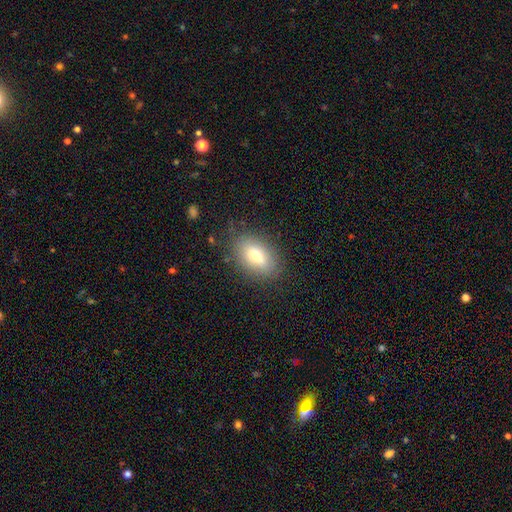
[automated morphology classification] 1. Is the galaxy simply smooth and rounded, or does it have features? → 72% smooth, 19% featured or disk, 9% star or artifact.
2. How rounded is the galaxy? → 86% in between, 11% round, 4% cigar-shaped.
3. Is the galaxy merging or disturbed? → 83% none, 12% minor disturbance, 4% major disturbance, 1% merger.